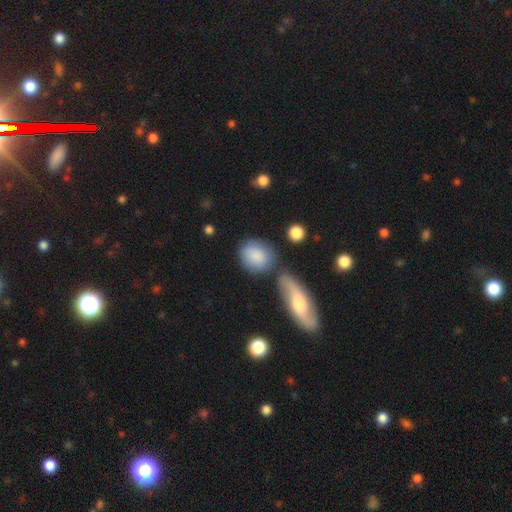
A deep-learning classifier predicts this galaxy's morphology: Smooth or featured?
  - smooth: 85% *
  - featured or disk: 9%
  - star or artifact: 6%
How rounded?
  - round: 58% *
  - in between: 39%
  - cigar-shaped: 3%
Merging?
  - none: 60% *
  - merger: 18%
  - minor disturbance: 16%
  - major disturbance: 6%